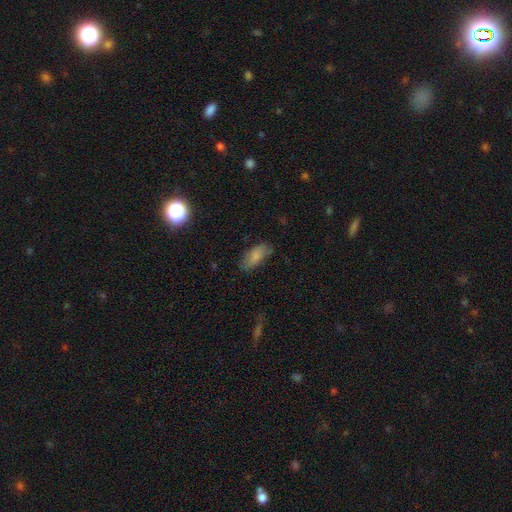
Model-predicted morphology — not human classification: type=smooth (79%); roundness=in between (88%); merging=none (69%).